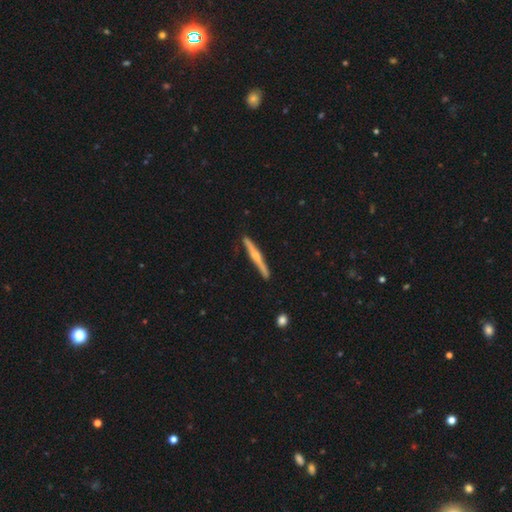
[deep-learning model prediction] Smooth or featured: featured or disk — 66% (smooth — 29%)
Edge-on disk: yes — 98% (no — 2%)
Edge-on bulge: rounded — 75% (none — 14%)
Merging: none — 89% (minor disturbance — 8%)